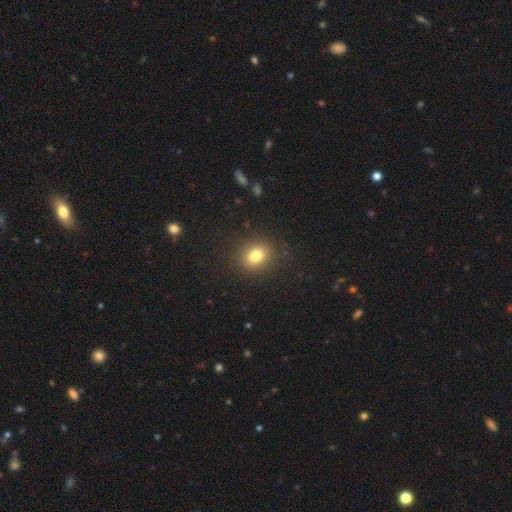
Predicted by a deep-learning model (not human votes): Morphology: type=smooth (79%); roundness=round (59%); merging=none (88%).